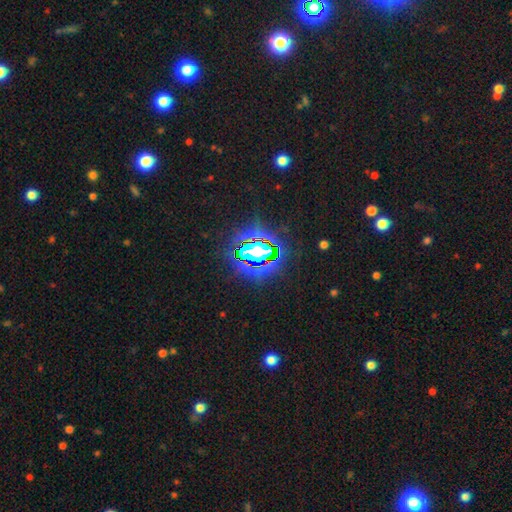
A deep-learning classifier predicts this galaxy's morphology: The model was most divided on "smooth or featured": star or artifact: 81%, smooth: 12%, featured or disk: 8%.